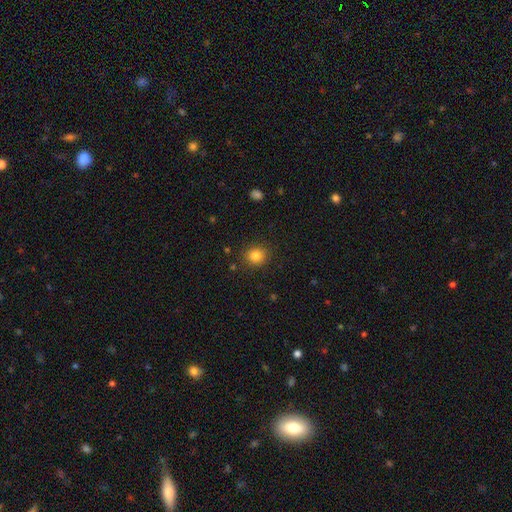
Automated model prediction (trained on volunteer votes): Smooth or featured? smooth (83%)
How rounded? round (86%)
Merging? none (88%)